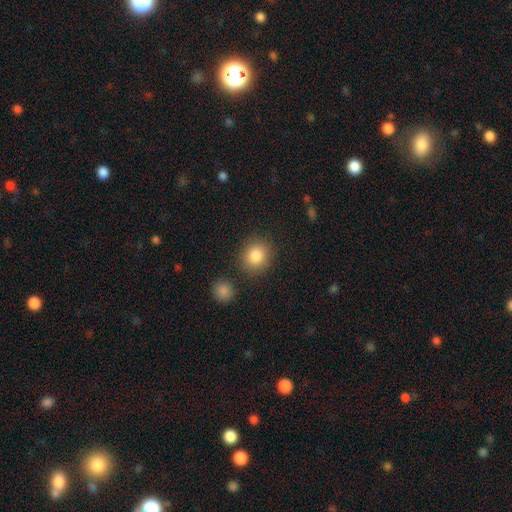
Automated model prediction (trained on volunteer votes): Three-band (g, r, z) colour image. It shows a smooth galaxy with no disk features (86%) that is round (82%). Merging: none (82%).